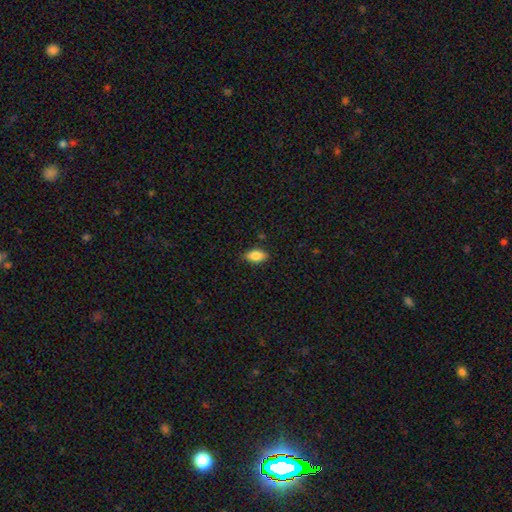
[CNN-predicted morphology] smooth-or-featured: smooth: 83% | featured or disk: 9% | star or artifact: 8%
  how-rounded: in between: 90% | round: 5% | cigar-shaped: 4%
  merging: none: 84% | minor disturbance: 12% | major disturbance: 2% | merger: 1%